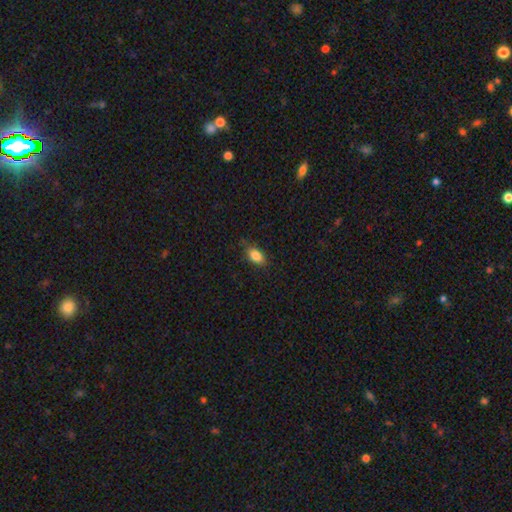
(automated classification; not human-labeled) A smooth galaxy with no disk features (85%) that is in between round and cigar-shaped (86%).

Vote fractions:
- Smooth or featured? smooth: 85% / star or artifact: 9% / featured or disk: 7%
- How rounded? in between: 86% / round: 10% / cigar-shaped: 4%
- Merging? none: 79% / minor disturbance: 17% / major disturbance: 3% / merger: 1%